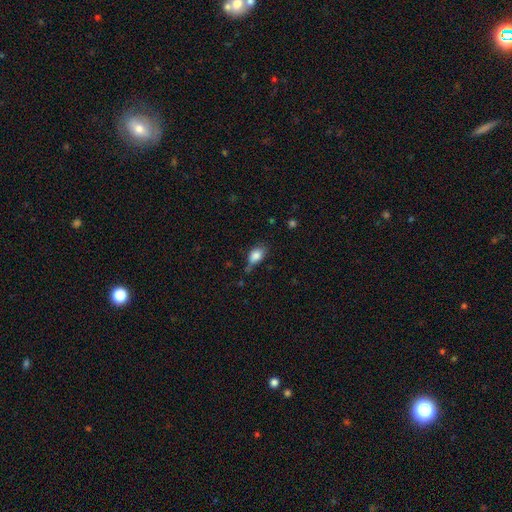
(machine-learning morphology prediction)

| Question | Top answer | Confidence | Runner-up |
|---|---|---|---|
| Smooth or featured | smooth | 83% | featured or disk (9%) |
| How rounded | in between | 84% | round (13%) |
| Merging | none | 49% | minor disturbance (35%) |